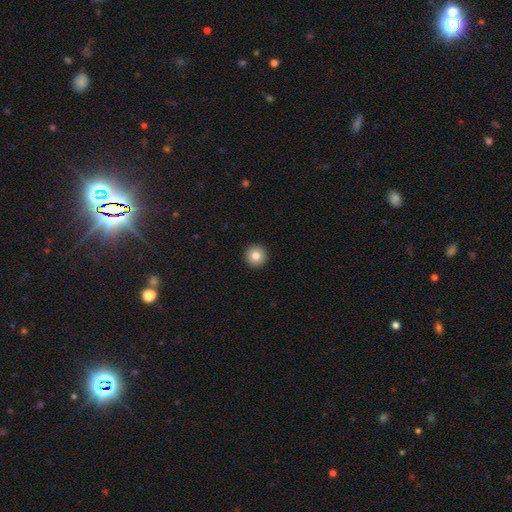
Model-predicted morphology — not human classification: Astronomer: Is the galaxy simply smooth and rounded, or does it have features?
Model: smooth — 82%.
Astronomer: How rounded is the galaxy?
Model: round — 97%.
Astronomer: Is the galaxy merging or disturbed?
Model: none — 94%.